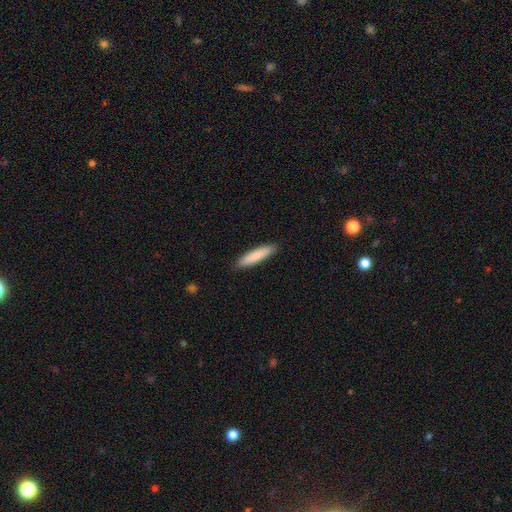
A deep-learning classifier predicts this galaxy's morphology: This is clearly a smooth galaxy (84%). How rounded: clearly cigar-shaped (84%). Merging: clearly none (90%).